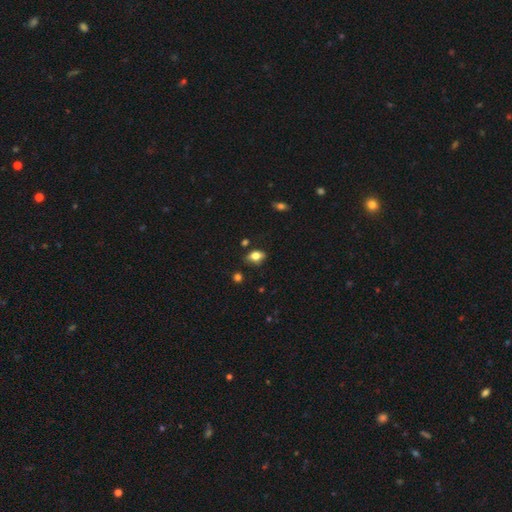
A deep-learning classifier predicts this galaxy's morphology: type=smooth (76%); roundness=in between (82%); merging=none (75%).